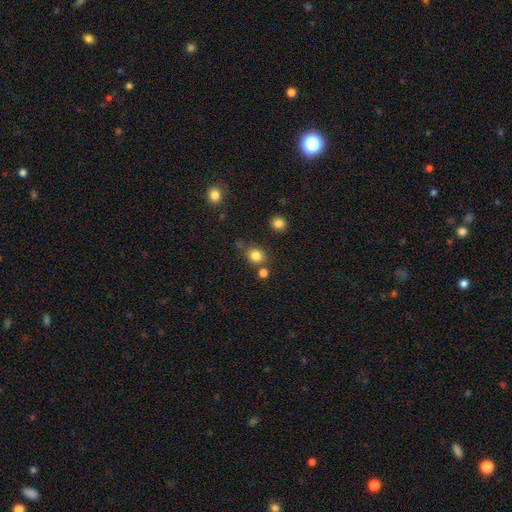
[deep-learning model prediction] Smooth or featured: smooth — 82% (star or artifact — 12%)
How rounded: round — 71% (in between — 28%)
Merging: none — 75% (minor disturbance — 12%)